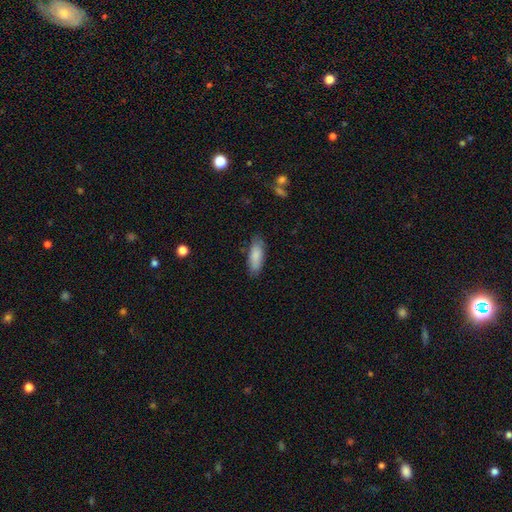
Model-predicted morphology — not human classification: This appears to be a smooth galaxy with no disk features (85%) that is in between round and cigar-shaped (67%). Merging: none (79%).